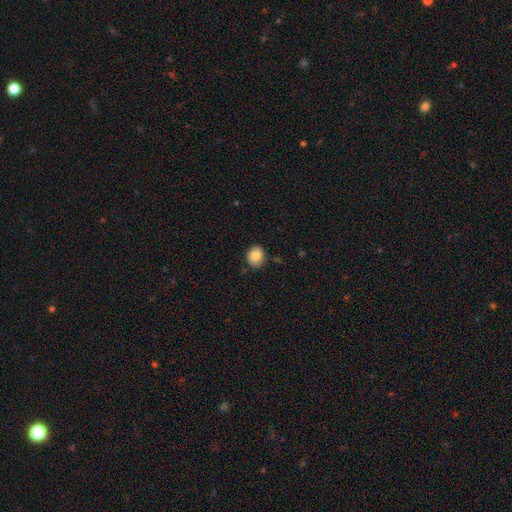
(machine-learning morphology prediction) type=smooth (78%); roundness=round (70%); merging=none (82%).